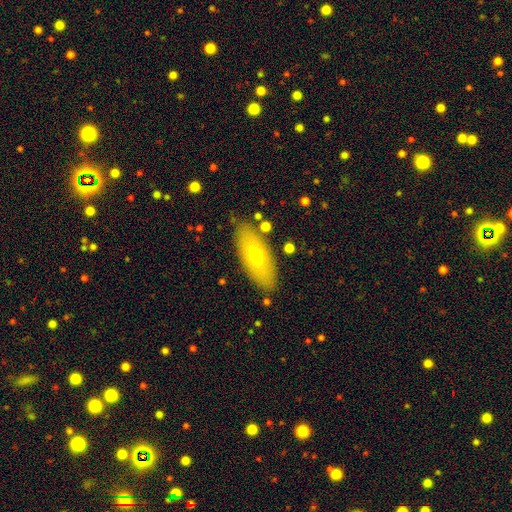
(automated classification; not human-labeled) Smooth or featured? smooth (63%)
How rounded? in between (79%)
Merging? none (83%)